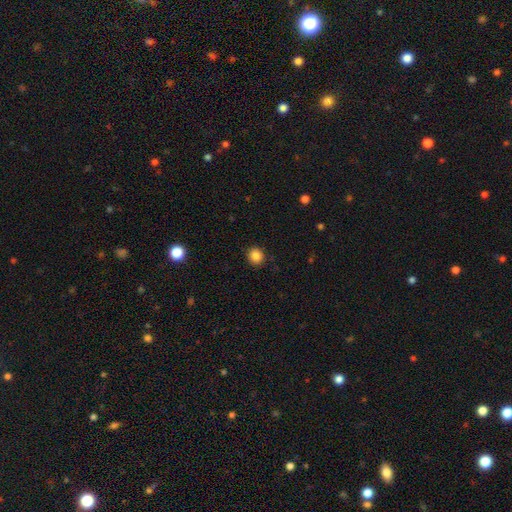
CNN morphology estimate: A smooth galaxy with no disk features (86%) that is round (85%). Merging: none (90%).